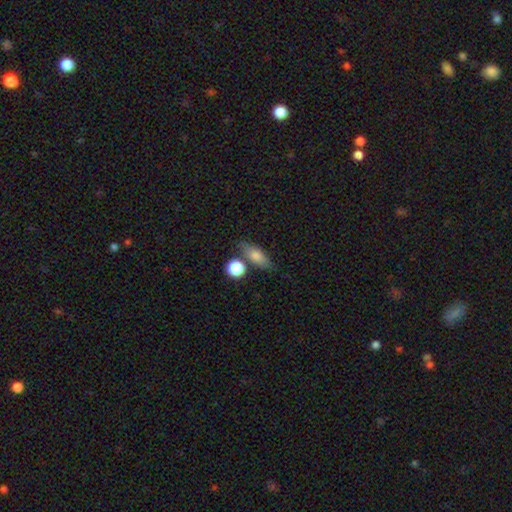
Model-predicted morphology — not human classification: Smooth or featured? smooth (74%)
How rounded? in between (65%)
Merging? none (69%)